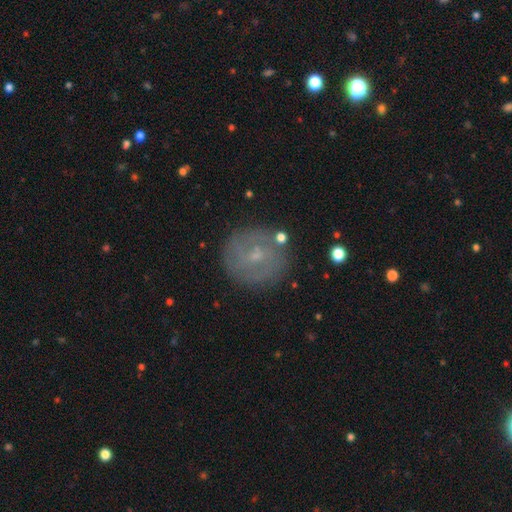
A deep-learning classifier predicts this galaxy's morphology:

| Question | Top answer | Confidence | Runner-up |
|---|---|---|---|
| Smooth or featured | featured or disk | 51% | smooth (37%) |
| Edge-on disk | no | 96% | yes (4%) |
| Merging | none | 82% | minor disturbance (11%) |